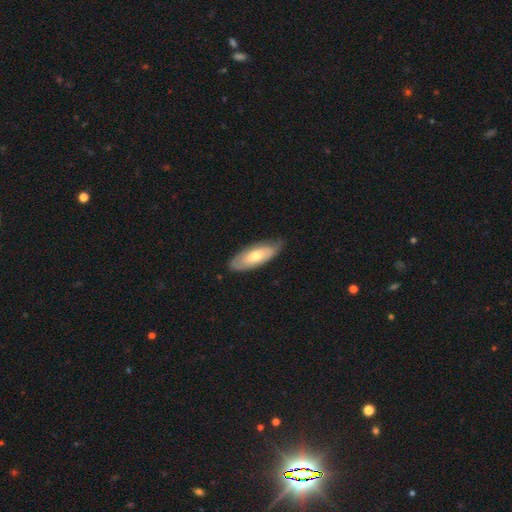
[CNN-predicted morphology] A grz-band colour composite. It shows a smooth galaxy with no disk features (57%) that is in between round and cigar-shaped (71%). Merging: none (73%).